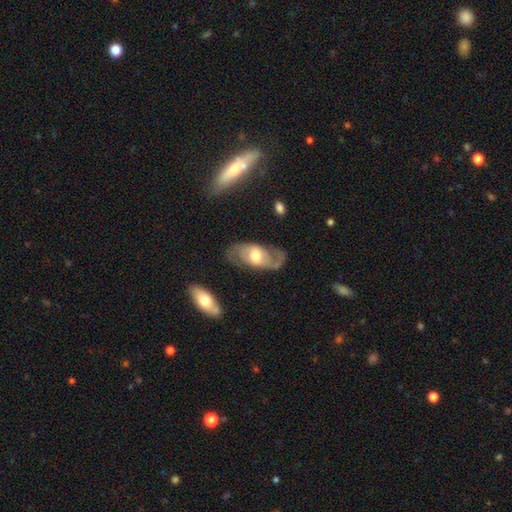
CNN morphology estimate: type=featured or disk (74%); edge-on=no (92%); bar=no (48%); spiral arms=yes (82%); winding=medium (48%); arm count=2 (84%); bulge=moderate (66%); merging=none (67%).